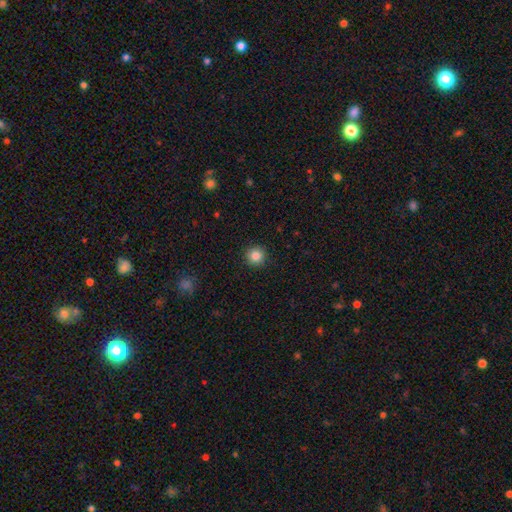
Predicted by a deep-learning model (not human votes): This appears to be a smooth galaxy with no disk features (85%) that is round (96%). Merging: none (92%).